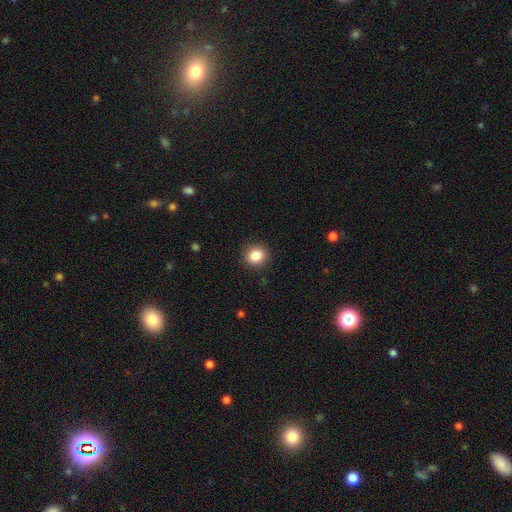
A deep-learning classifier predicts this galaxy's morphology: Smooth or featured: smooth — 86% (star or artifact — 10%)
How rounded: round — 86% (in between — 13%)
Merging: none — 90% (minor disturbance — 7%)